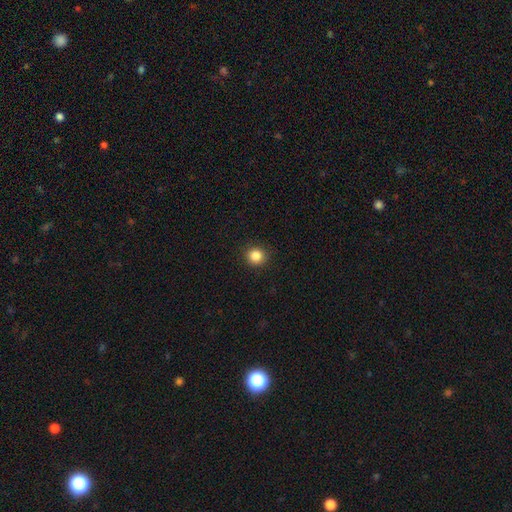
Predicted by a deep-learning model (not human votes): Smooth or featured? smooth (85%)
How rounded? round (91%)
Merging? none (92%)